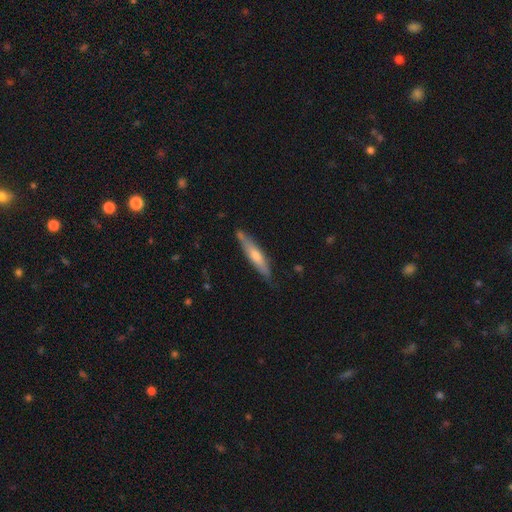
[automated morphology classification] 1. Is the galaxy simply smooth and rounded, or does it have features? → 48% featured or disk, 46% smooth, 6% star or artifact.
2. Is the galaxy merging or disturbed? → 81% none, 14% minor disturbance, 2% major disturbance, 2% merger.